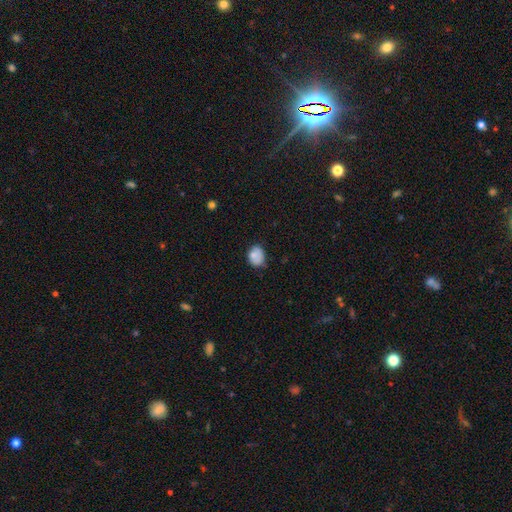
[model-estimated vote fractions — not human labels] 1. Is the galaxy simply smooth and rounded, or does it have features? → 79% smooth, 12% featured or disk, 9% star or artifact.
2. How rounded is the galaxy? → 55% in between, 44% round, 1% cigar-shaped.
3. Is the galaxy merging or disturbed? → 60% none, 30% minor disturbance, 6% major disturbance, 4% merger.